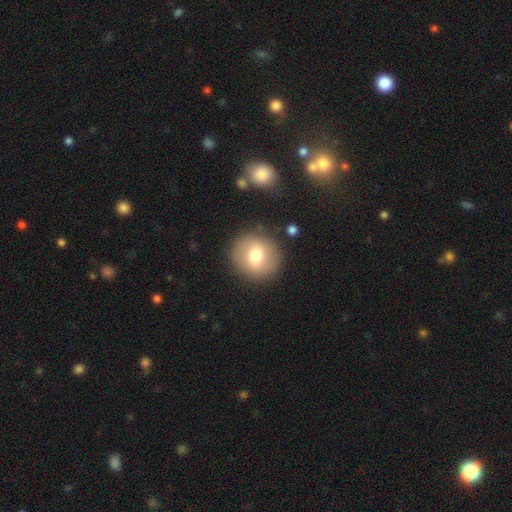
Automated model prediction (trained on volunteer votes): The model was most divided on "smooth or featured": smooth: 68%, featured or disk: 23%, star or artifact: 9%. More confident: how rounded — round (89%); merging — none (87%).